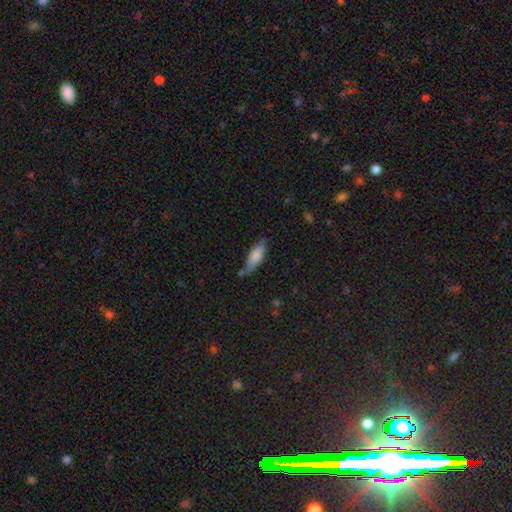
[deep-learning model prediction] Morphology: type=smooth (78%); roundness=in between (58%); merging=none (60%).